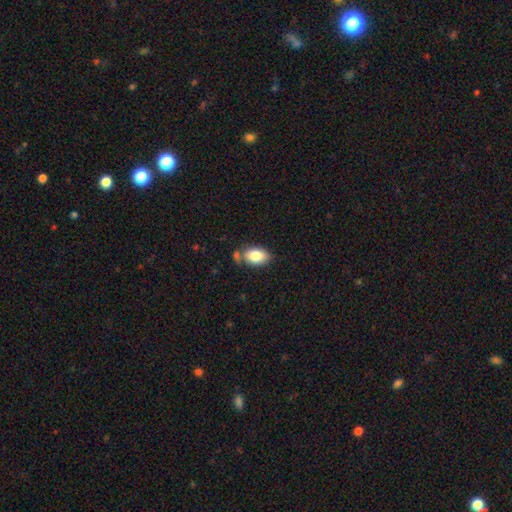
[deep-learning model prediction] Smooth or featured?
  - smooth: 82% *
  - featured or disk: 10%
  - star or artifact: 8%
How rounded?
  - in between: 88% *
  - round: 11%
  - cigar-shaped: 1%
Merging?
  - none: 68% *
  - minor disturbance: 17%
  - merger: 11%
  - major disturbance: 4%